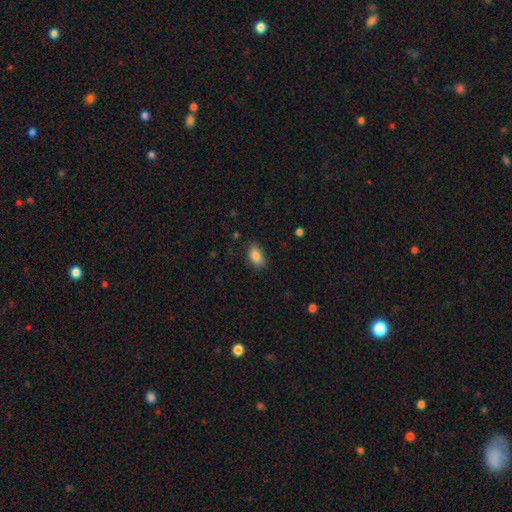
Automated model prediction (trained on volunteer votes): Morphology: type=smooth (86%); roundness=in between (91%); merging=none (82%).